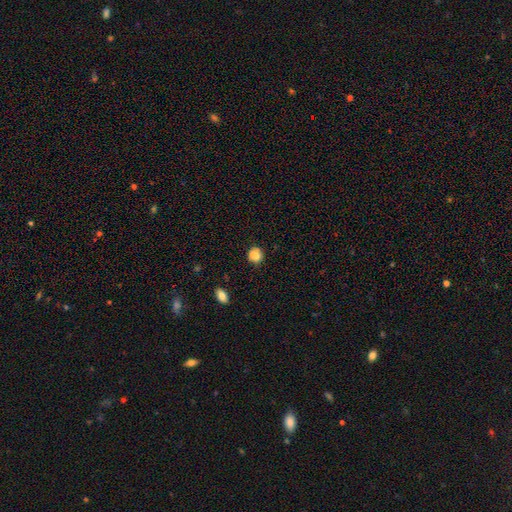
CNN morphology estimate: smooth 77%, featured or disk 12%, star or artifact 11%. Down the decision tree: how rounded — round (82%); merging — none (72%).